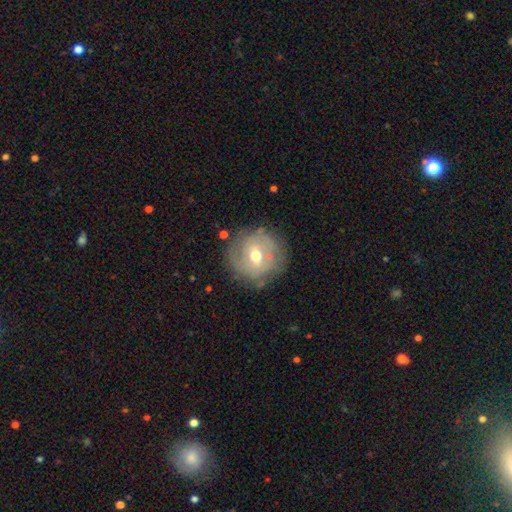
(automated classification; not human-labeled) A featured or disk galaxy (48%). Merging: none (76%).